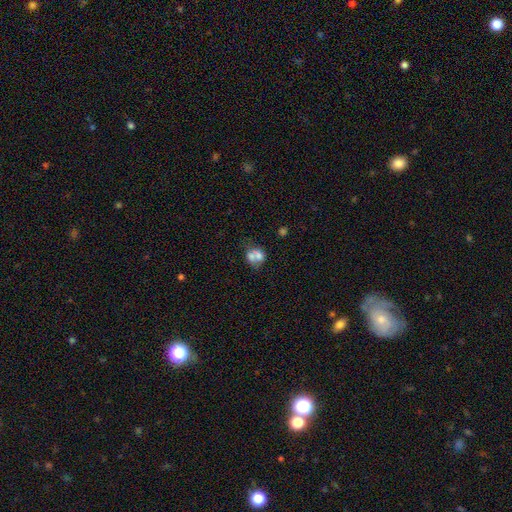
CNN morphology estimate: smooth 64%, featured or disk 25%, star or artifact 11%. Down the decision tree: how rounded — round (58%); merging — merger (62%).